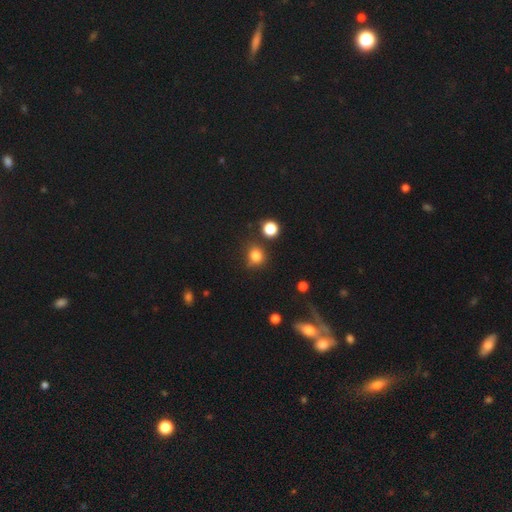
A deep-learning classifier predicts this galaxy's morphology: Overall: smooth (82%). How rounded: round (82%). Merging: none (77%).